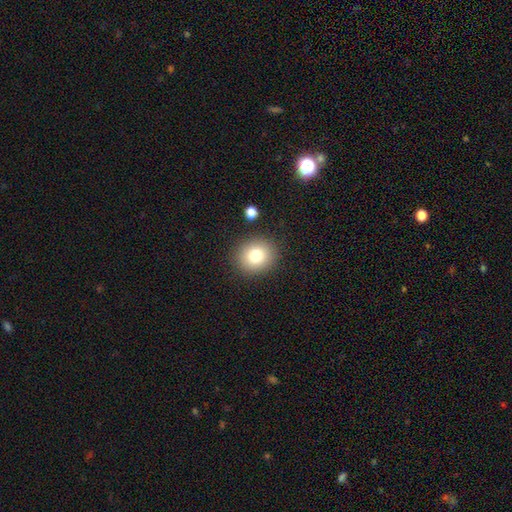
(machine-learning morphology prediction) Smooth or featured? Predicted: smooth (p=0.79). How rounded? Predicted: round (p=0.81). Merging? Predicted: none (p=0.88).